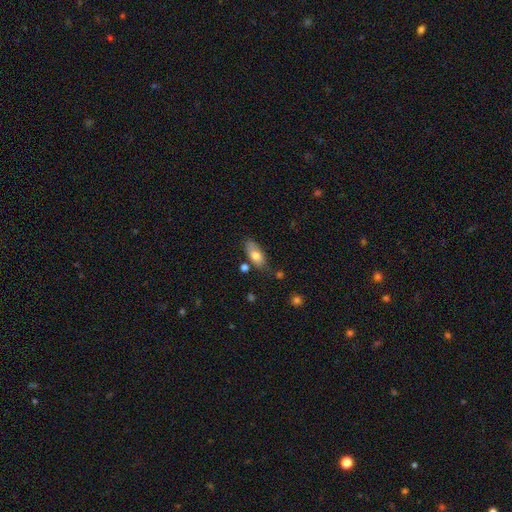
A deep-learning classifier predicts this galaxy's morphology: smooth 76%, featured or disk 17%, star or artifact 7%. Down the decision tree: how rounded — in between (85%); merging — none (65%).